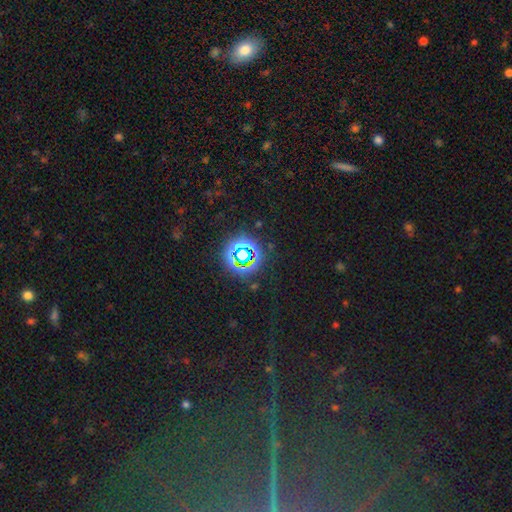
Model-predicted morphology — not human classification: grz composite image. It shows a star or artifact, not a galaxy (70%).